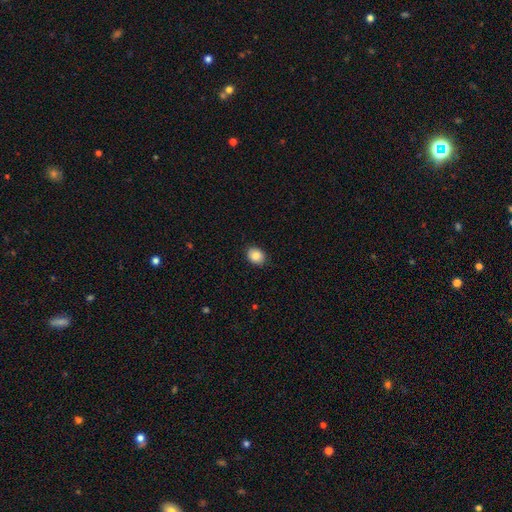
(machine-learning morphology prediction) Smooth or featured?
  - smooth: 87% *
  - star or artifact: 8%
  - featured or disk: 5%
How rounded?
  - in between: 52% *
  - round: 48%
  - cigar-shaped: 1%
Merging?
  - none: 88% *
  - minor disturbance: 9%
  - major disturbance: 2%
  - merger: 1%